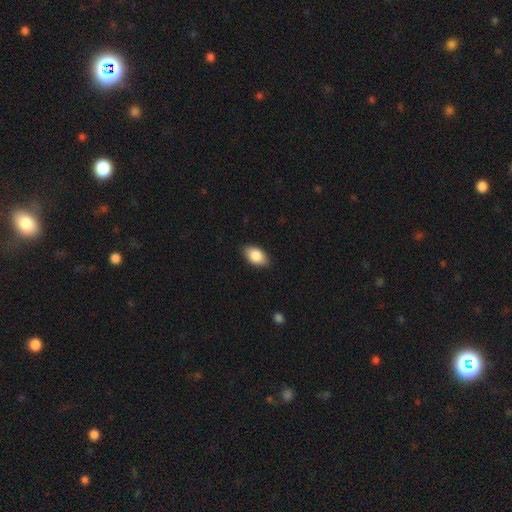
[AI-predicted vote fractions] smooth 87%, featured or disk 7%, star or artifact 7%. Down the decision tree: how rounded — in between (92%); merging — none (87%).